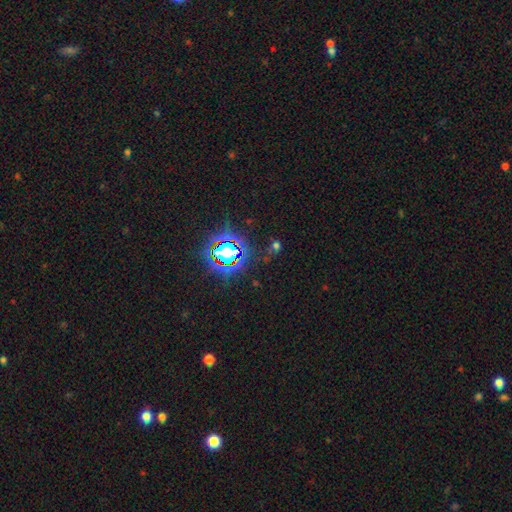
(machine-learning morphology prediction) A star or artifact, not a galaxy (84%).

Vote fractions:
- Smooth or featured? star or artifact: 84% / smooth: 10% / featured or disk: 6%